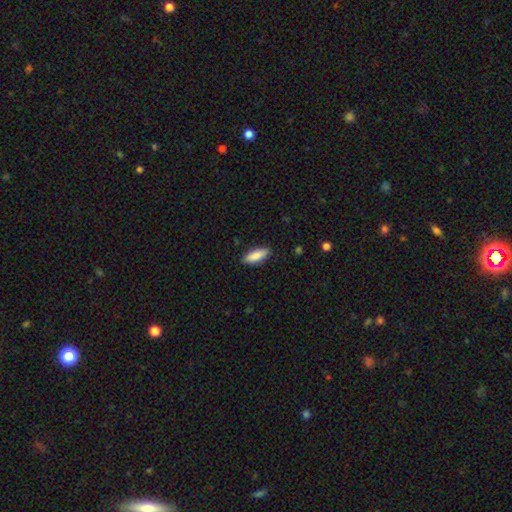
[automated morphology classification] This appears to be a smooth galaxy with no disk features (87%) that is in between round and cigar-shaped (67%). Merging: none (87%).